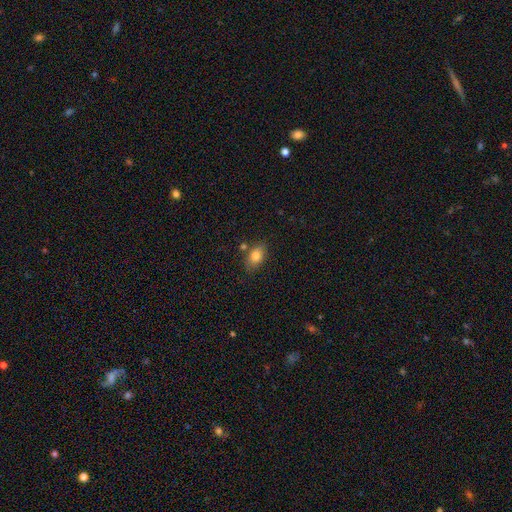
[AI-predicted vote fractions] Q: Smooth or featured?
A: smooth (79%); runner-up: featured or disk (12%)
Q: How rounded?
A: in between (84%); runner-up: round (13%)
Q: Merging?
A: none (75%); runner-up: minor disturbance (14%)